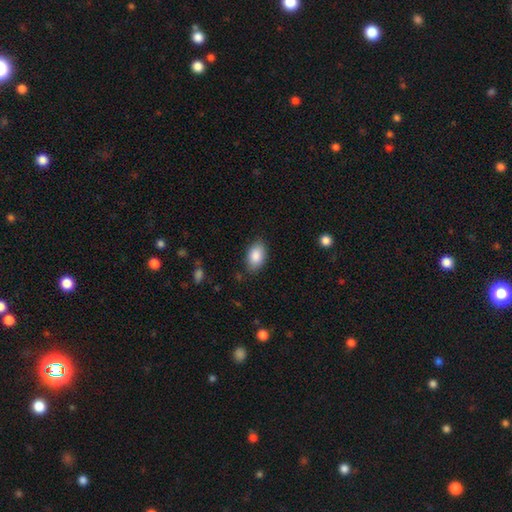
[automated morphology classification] smooth 88%, star or artifact 6%, featured or disk 5%. Down the decision tree: how rounded — in between (92%); merging — none (83%).